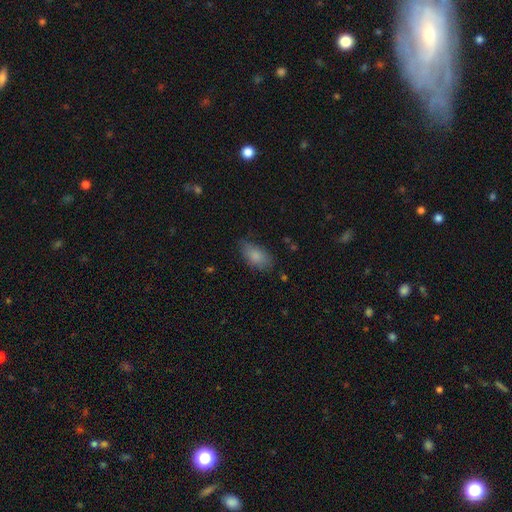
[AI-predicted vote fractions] This is clearly a smooth galaxy (84%). How rounded: clearly in between (91%). Merging: likely none (68%).